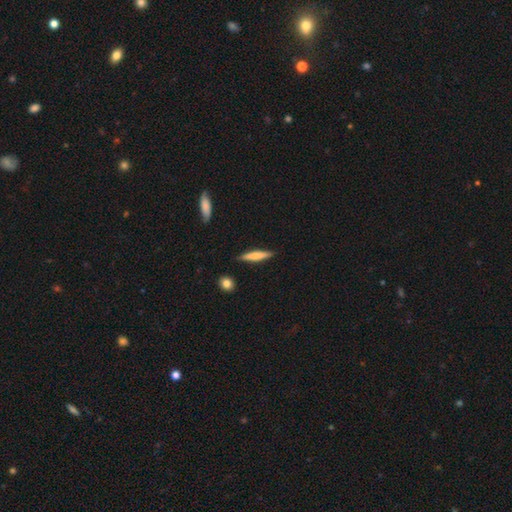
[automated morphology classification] Smooth or featured? Predicted: smooth (p=0.65). How rounded? Predicted: cigar-shaped (p=0.89). Merging? Predicted: none (p=0.88).